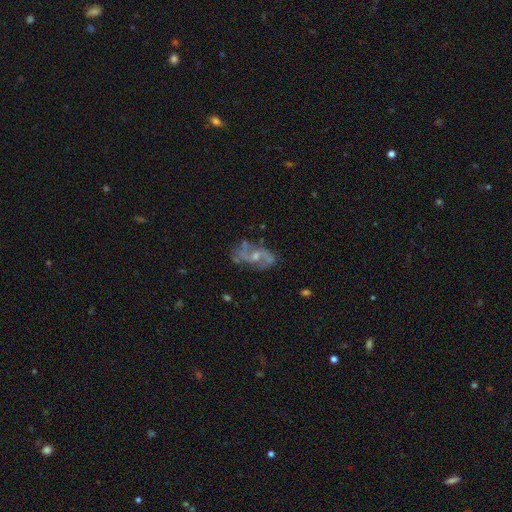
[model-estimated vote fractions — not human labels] Smooth or featured? featured or disk (77%)
Edge-on disk? no (96%)
Bar? no (53%)
Spiral arms? yes (83%)
Spiral winding? loose (45%)
Spiral arm count? 2 (78%)
Bulge size? small (46%)
Merging? none (66%)